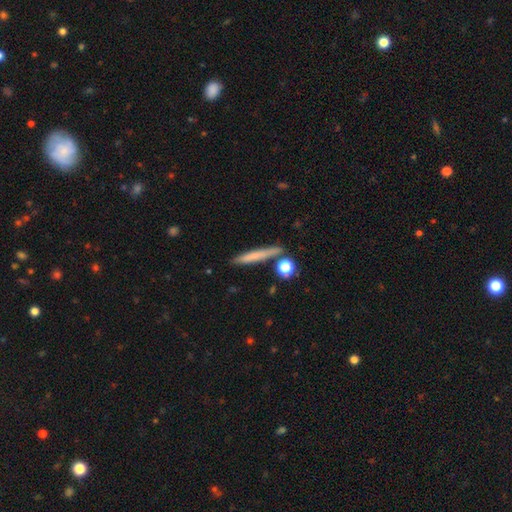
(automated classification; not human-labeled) Smooth or featured? Predicted: smooth (p=0.67). How rounded? Predicted: cigar-shaped (p=0.91). Merging? Predicted: none (p=0.80).